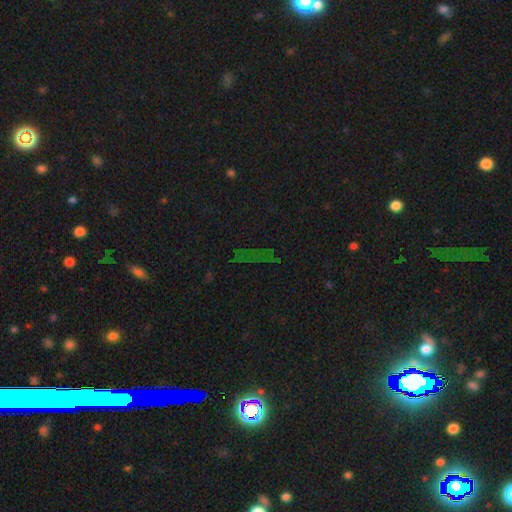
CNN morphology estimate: A star or artifact, not a galaxy (73%).